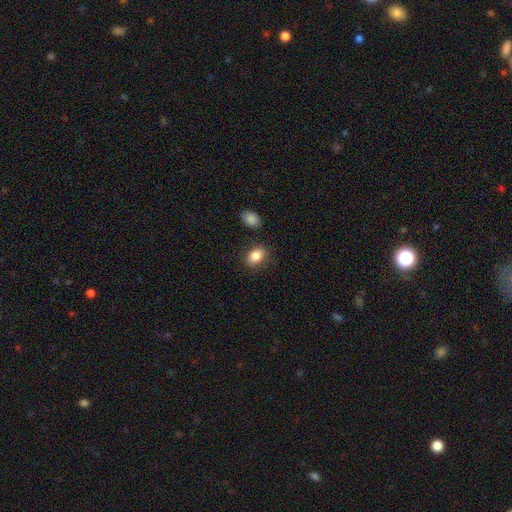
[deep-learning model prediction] This appears to be a smooth galaxy with no disk features (86%) that is in between round and cigar-shaped (82%). Merging: none (82%).